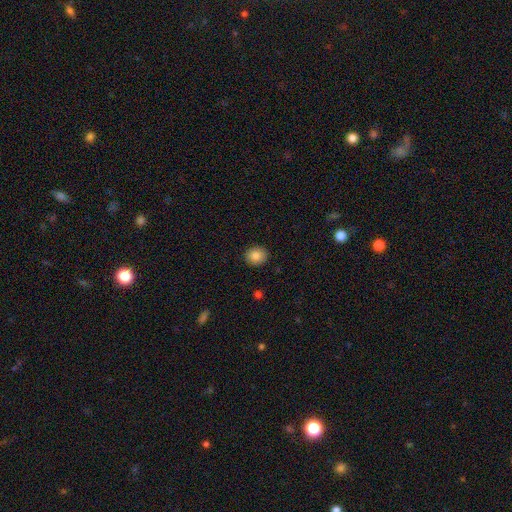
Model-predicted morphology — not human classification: type=smooth (86%); roundness=round (76%); merging=none (90%).